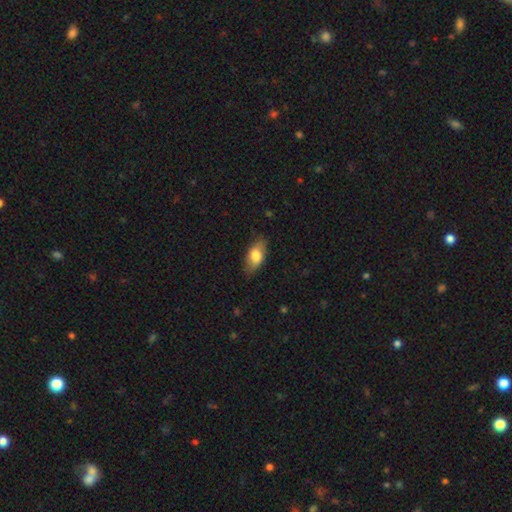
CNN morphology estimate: The model was most divided on "smooth or featured": smooth: 74%, featured or disk: 20%, star or artifact: 6%. More confident: how rounded — in between (88%); merging — none (80%).